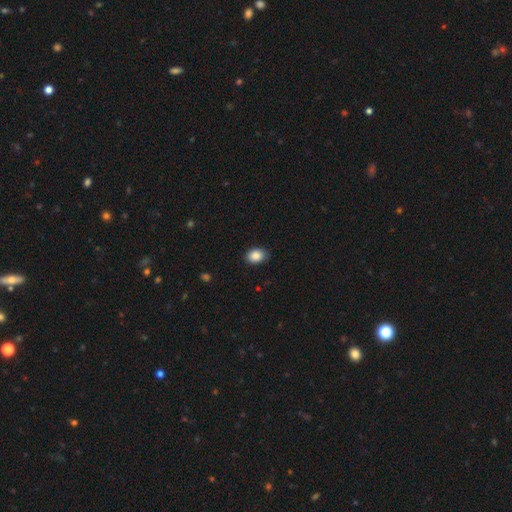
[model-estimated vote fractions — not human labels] Smooth or featured? smooth (88%)
How rounded? in between (69%)
Merging? none (84%)